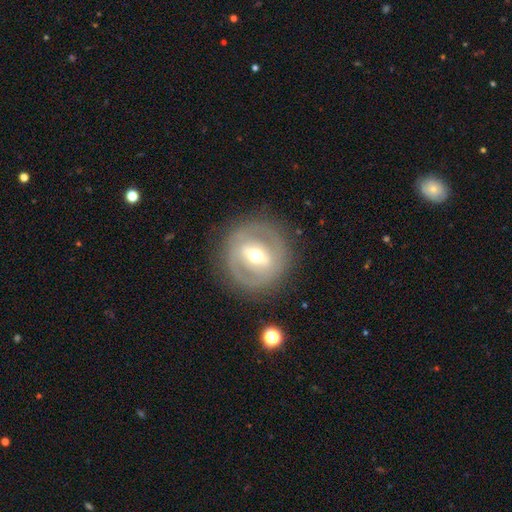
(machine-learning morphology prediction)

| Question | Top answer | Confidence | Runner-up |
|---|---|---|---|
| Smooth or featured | featured or disk | 67% | smooth (27%) |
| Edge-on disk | no | 94% | yes (6%) |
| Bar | strong | 44% | weak (36%) |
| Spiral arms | no | 63% | yes (37%) |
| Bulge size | moderate | 67% | small (24%) |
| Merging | none | 82% | minor disturbance (10%) |